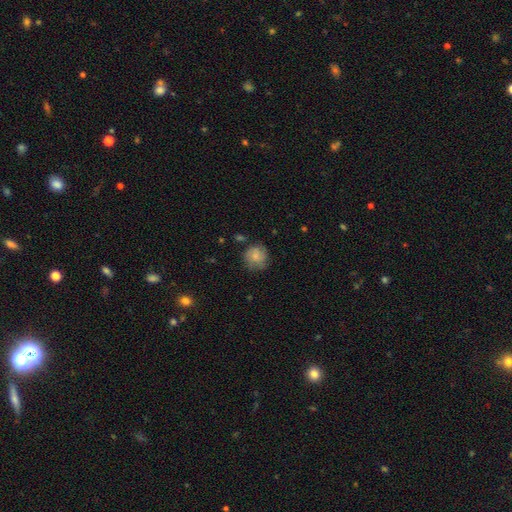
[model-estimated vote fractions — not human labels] Overall: smooth (67%). How rounded: round (85%). Merging: none (68%).